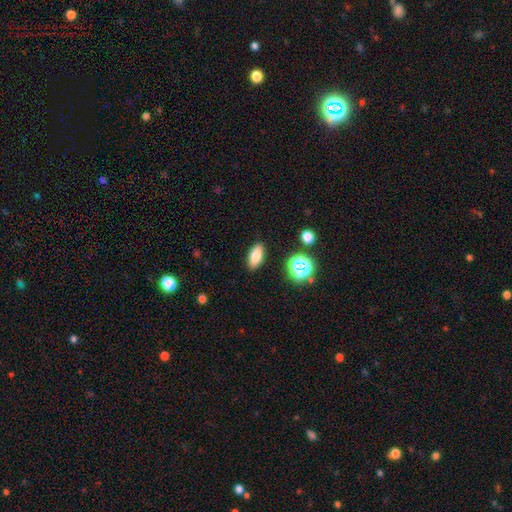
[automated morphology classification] Smooth or featured?
  - smooth: 77% *
  - featured or disk: 12%
  - star or artifact: 11%
How rounded?
  - in between: 81% *
  - cigar-shaped: 13%
  - round: 6%
Merging?
  - none: 88% *
  - minor disturbance: 8%
  - major disturbance: 2%
  - merger: 2%